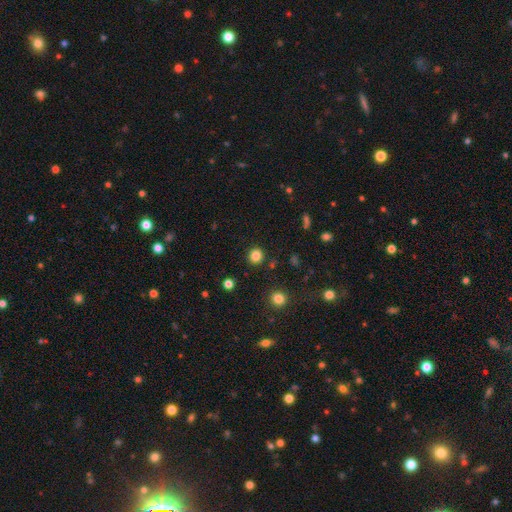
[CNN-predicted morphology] The model was most divided on "smooth or featured": smooth: 83%, star or artifact: 13%, featured or disk: 4%. More confident: merging — none (90%); how rounded — round (90%).